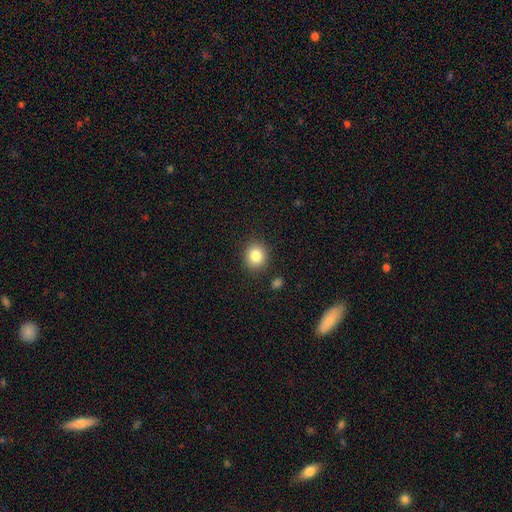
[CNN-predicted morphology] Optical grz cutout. It shows a smooth galaxy with no disk features (84%) that is round (80%). Merging: none (88%).